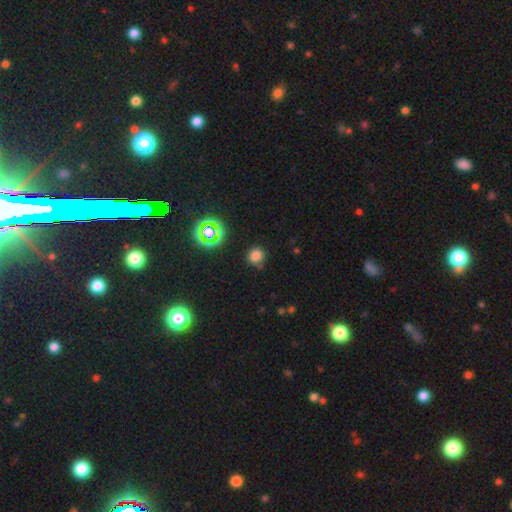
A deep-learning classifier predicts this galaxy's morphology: Smooth or featured? Predicted: smooth (p=0.74). How rounded? Predicted: round (p=0.90). Merging? Predicted: none (p=0.80).